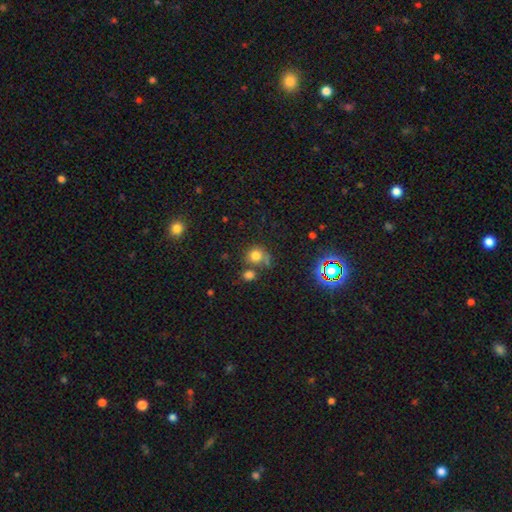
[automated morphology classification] Smooth or featured?
  - smooth: 75% *
  - star or artifact: 16%
  - featured or disk: 9%
How rounded?
  - round: 80% *
  - in between: 19%
  - cigar-shaped: 1%
Merging?
  - none: 52% *
  - merger: 24%
  - minor disturbance: 15%
  - major disturbance: 9%